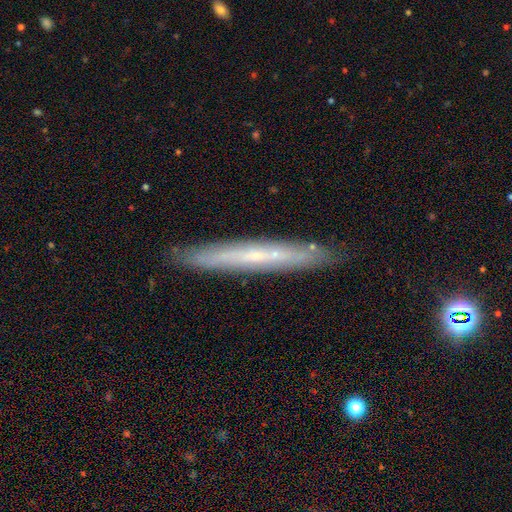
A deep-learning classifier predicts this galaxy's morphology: This is likely a featured or disk galaxy (61%). It is clearly viewed edge-on (87%). Edge-on bulge: likely none (70%). Merging: clearly none (87%).